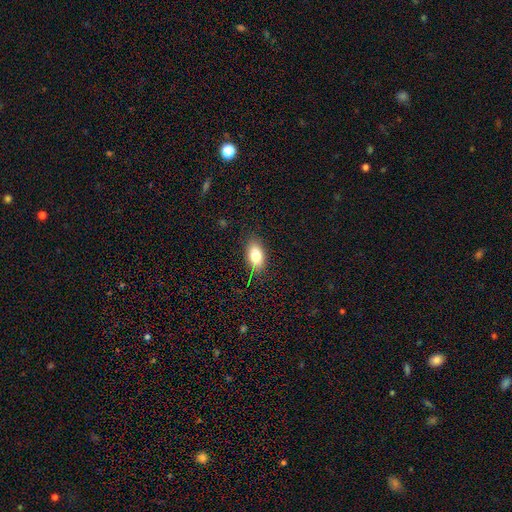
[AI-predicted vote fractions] Morphology: type=smooth (79%); roundness=in between (88%); merging=none (84%).